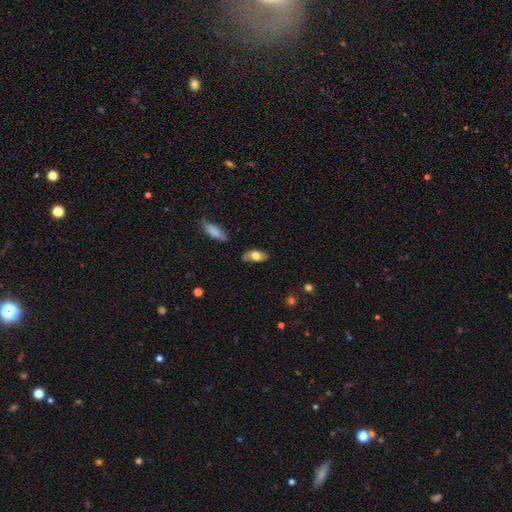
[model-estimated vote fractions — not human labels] The model was most divided on "smooth or featured": smooth: 71%, featured or disk: 22%, star or artifact: 7%. More confident: how rounded — in between (88%); merging — none (73%).